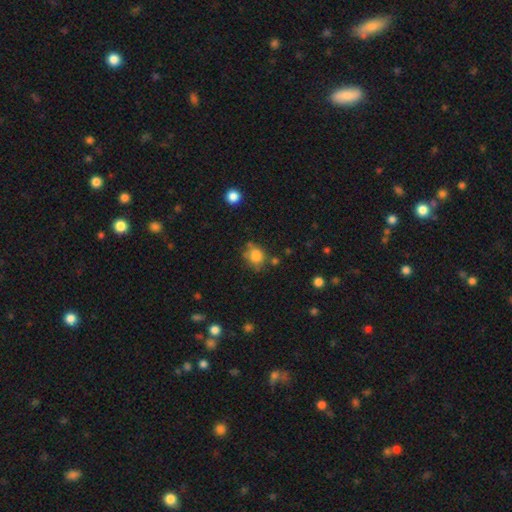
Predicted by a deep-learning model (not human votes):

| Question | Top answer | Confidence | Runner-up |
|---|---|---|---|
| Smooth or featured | smooth | 77% | featured or disk (12%) |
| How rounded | round | 64% | in between (35%) |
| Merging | none | 56% | minor disturbance (25%) |